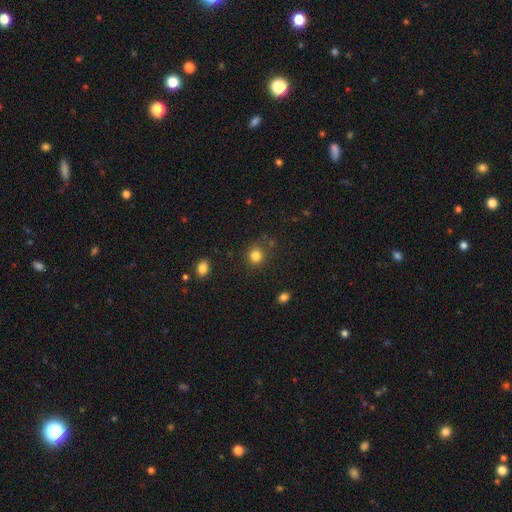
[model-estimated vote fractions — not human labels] smooth_or_featured: smooth (p=0.82) [alt: star or artifact p=0.13]
how_rounded: round (p=0.89) [alt: in between p=0.11]
merging: none (p=0.83) [alt: minor disturbance p=0.10]